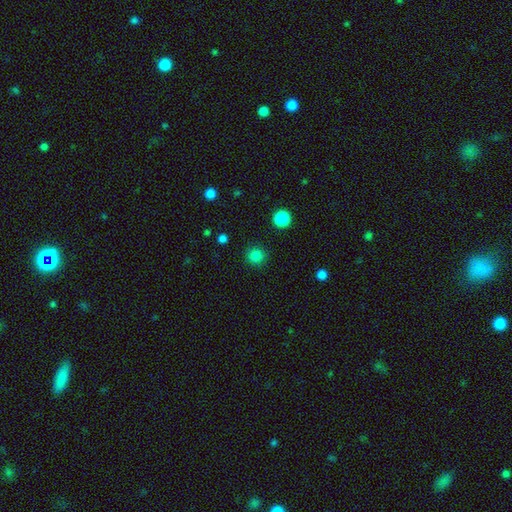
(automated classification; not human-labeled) Smooth or featured? smooth (83%)
How rounded? round (94%)
Merging? none (91%)